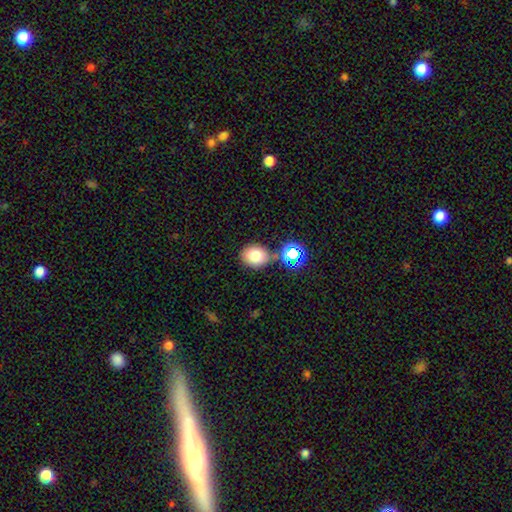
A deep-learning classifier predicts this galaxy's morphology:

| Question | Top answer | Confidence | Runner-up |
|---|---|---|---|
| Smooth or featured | smooth | 77% | star or artifact (14%) |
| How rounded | round | 54% | in between (45%) |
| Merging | none | 73% | minor disturbance (13%) |